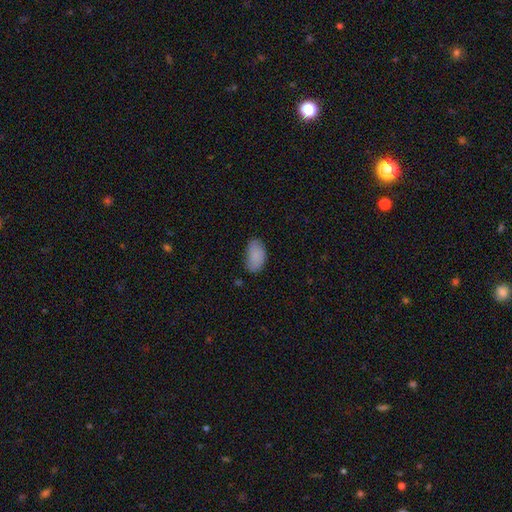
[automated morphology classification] This is clearly a smooth galaxy (88%). How rounded: clearly in between (95%). Merging: likely none (77%).